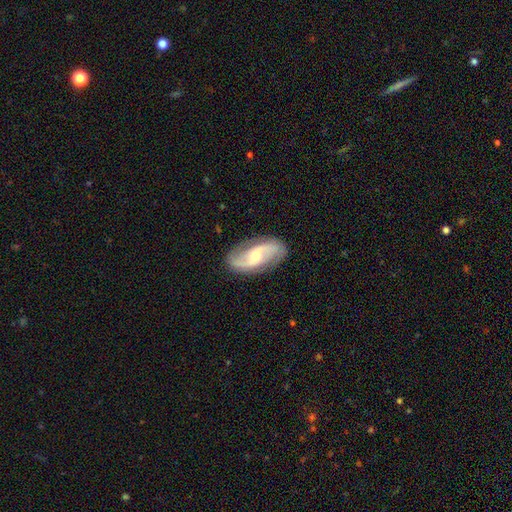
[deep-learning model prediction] A featured or disk galaxy (85%) with no bar (42%), 2 (92%) loose (52%) spiral arms (95%) and a moderate central bulge (57%). Merging: none (84%).